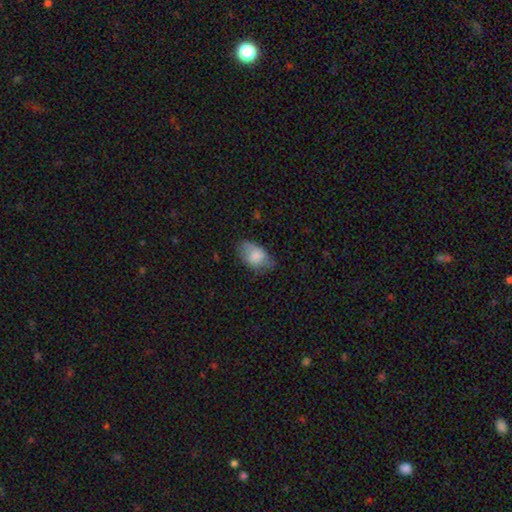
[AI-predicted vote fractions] Smooth or featured: smooth — 77% (featured or disk — 15%)
How rounded: in between — 89% (round — 9%)
Merging: none — 57% (minor disturbance — 30%)